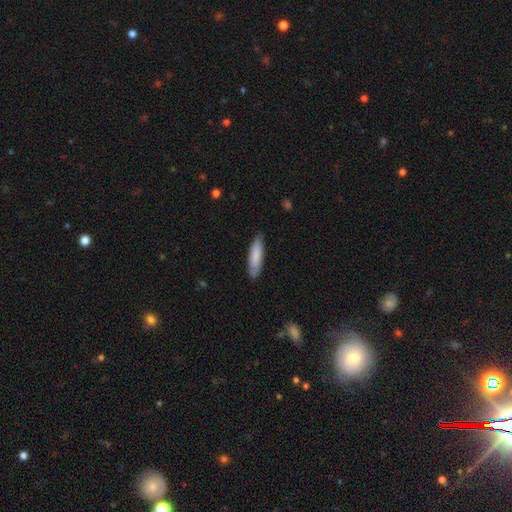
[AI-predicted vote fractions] A smooth galaxy with no disk features (82%) that is cigar-shaped (69%).

Vote fractions:
- Smooth or featured? smooth: 82% / featured or disk: 13% / star or artifact: 5%
- How rounded? cigar-shaped: 69% / in between: 29% / round: 1%
- Merging? none: 84% / minor disturbance: 13% / major disturbance: 2% / merger: 1%